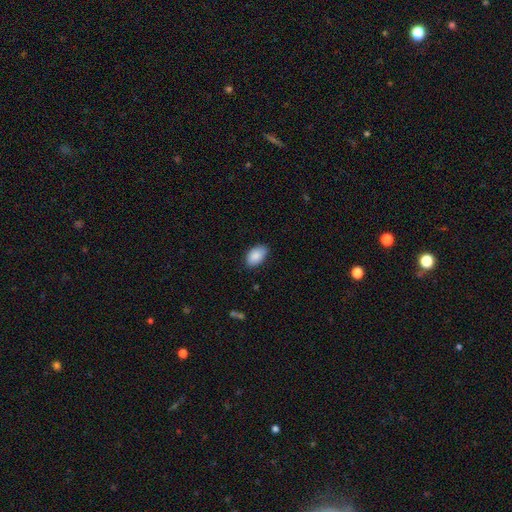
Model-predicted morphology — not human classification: Smooth or featured: smooth — 89% (star or artifact — 7%)
How rounded: in between — 93% (round — 6%)
Merging: none — 83% (minor disturbance — 13%)